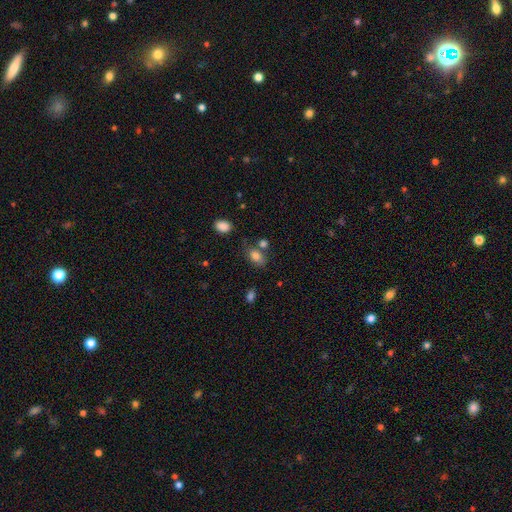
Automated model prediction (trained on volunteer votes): Smooth or featured: smooth — 82% (star or artifact — 10%)
How rounded: in between — 84% (round — 14%)
Merging: none — 57% (merger — 19%)